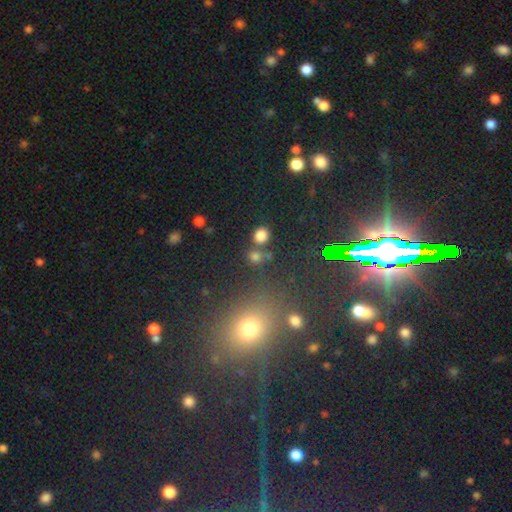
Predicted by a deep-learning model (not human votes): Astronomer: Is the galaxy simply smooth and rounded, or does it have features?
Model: star or artifact — 55% (runner-up: smooth, 35%).